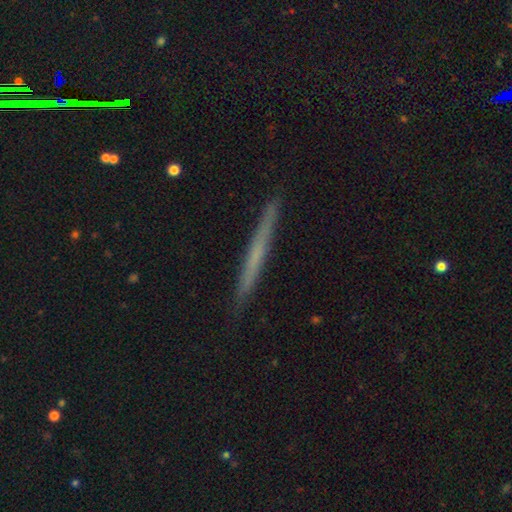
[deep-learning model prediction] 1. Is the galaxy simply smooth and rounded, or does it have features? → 48% featured or disk, 46% smooth, 7% star or artifact.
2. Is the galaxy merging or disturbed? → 91% none, 6% minor disturbance, 1% major disturbance, 1% merger.